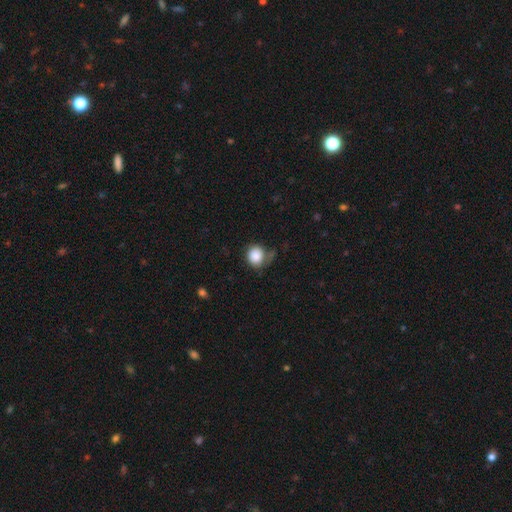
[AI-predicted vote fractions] Q: Smooth or featured?
A: smooth (86%); runner-up: star or artifact (8%)
Q: How rounded?
A: round (83%); runner-up: in between (16%)
Q: Merging?
A: none (53%); runner-up: minor disturbance (29%)